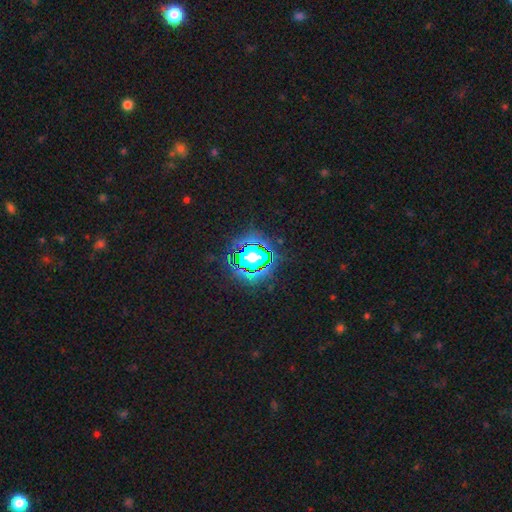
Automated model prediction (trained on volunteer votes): Q: Smooth or featured?
A: star or artifact (67%); runner-up: smooth (20%)